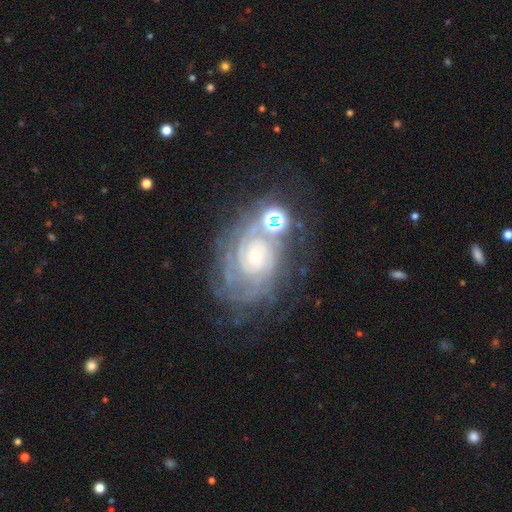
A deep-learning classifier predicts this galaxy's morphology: Smooth or featured? Predicted: featured or disk (p=0.85). Edge-on disk? Predicted: no (p=0.97). Bar? Predicted: no (p=0.78). Spiral arms? Predicted: yes (p=0.96). Spiral winding? Predicted: tight (p=0.78). Spiral arm count? Predicted: can't tell (p=0.32). Bulge size? Predicted: small (p=0.70). Merging? Predicted: none (p=0.60).